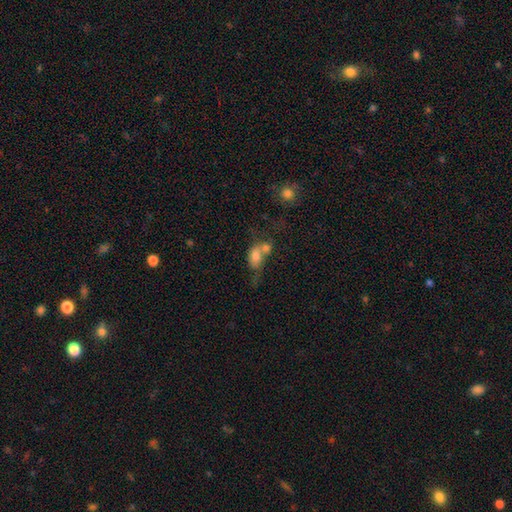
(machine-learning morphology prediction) type=smooth (70%); roundness=in between (73%); merging=merger (62%).